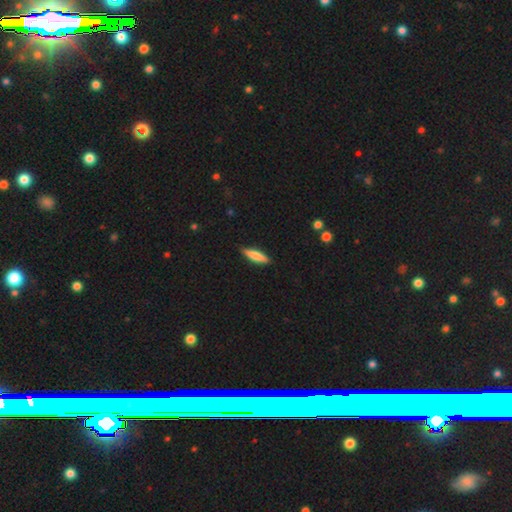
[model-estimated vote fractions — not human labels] Smooth or featured?
  - smooth: 70% *
  - featured or disk: 25%
  - star or artifact: 6%
How rounded?
  - cigar-shaped: 71% *
  - in between: 27%
  - round: 2%
Merging?
  - none: 89% *
  - minor disturbance: 9%
  - major disturbance: 2%
  - merger: 1%